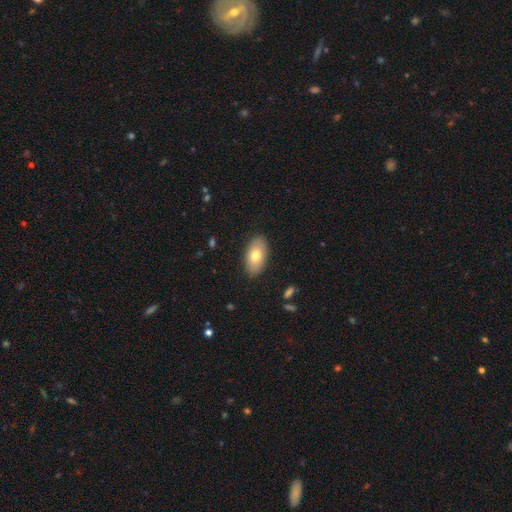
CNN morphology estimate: This appears to be a smooth galaxy with no disk features (74%) that is in between round and cigar-shaped (93%). Merging: none (87%).